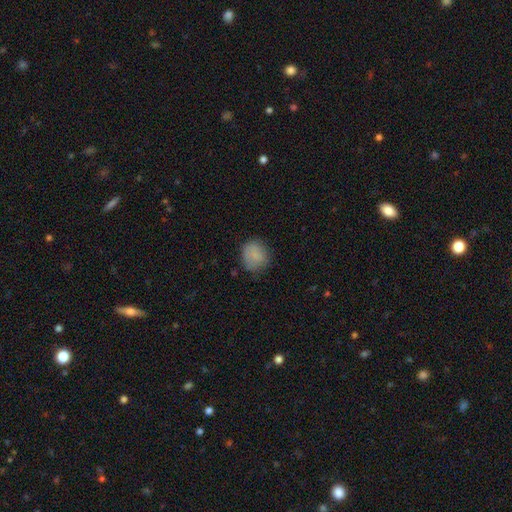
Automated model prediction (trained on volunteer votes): Smooth or featured? smooth (81%)
How rounded? round (79%)
Merging? none (72%)